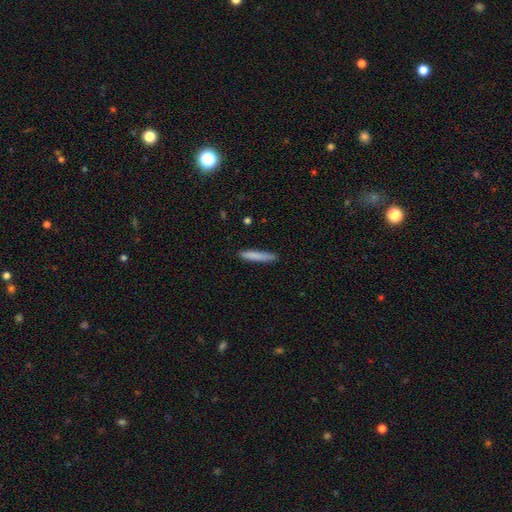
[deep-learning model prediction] Q: Smooth or featured?
A: smooth (83%); runner-up: featured or disk (11%)
Q: How rounded?
A: cigar-shaped (93%); runner-up: in between (6%)
Q: Merging?
A: none (87%); runner-up: minor disturbance (10%)